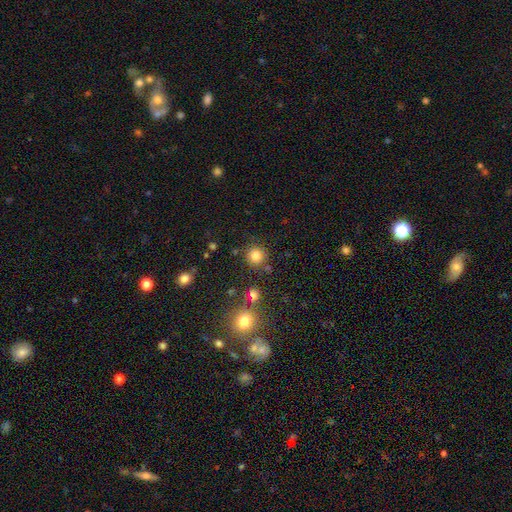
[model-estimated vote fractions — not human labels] A smooth galaxy with no disk features (80%) that is round (93%). Merging: none (83%).